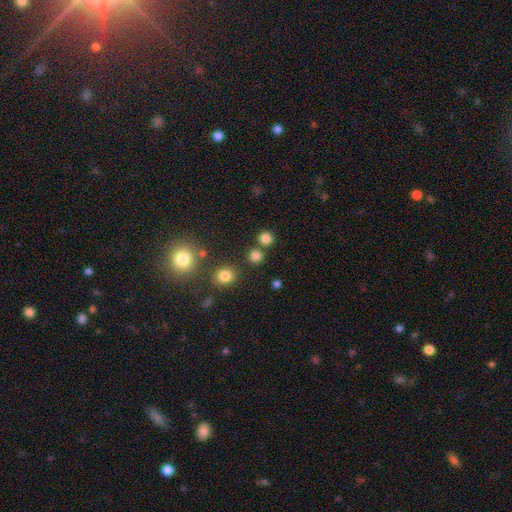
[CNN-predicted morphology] Overall: smooth (79%). How rounded: round (90%). Merging: none (78%).